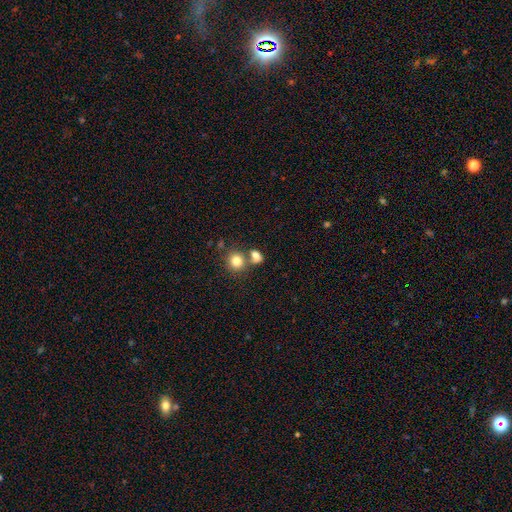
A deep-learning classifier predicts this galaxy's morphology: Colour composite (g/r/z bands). It shows a smooth galaxy with no disk features (79%) that is round (55%). Merging: none (46%).